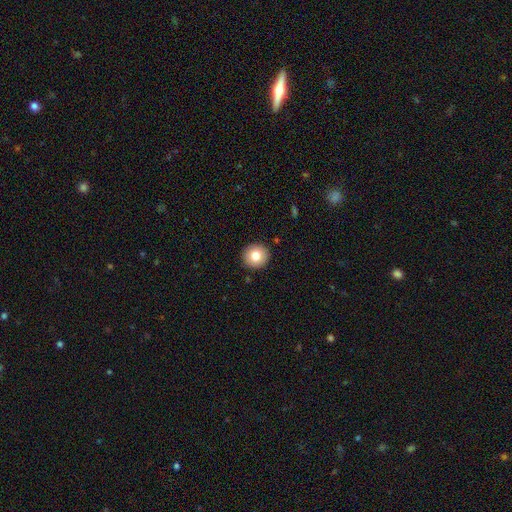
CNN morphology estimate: smooth 81%, featured or disk 10%, star or artifact 9%. Down the decision tree: how rounded — round (93%); merging — none (92%).